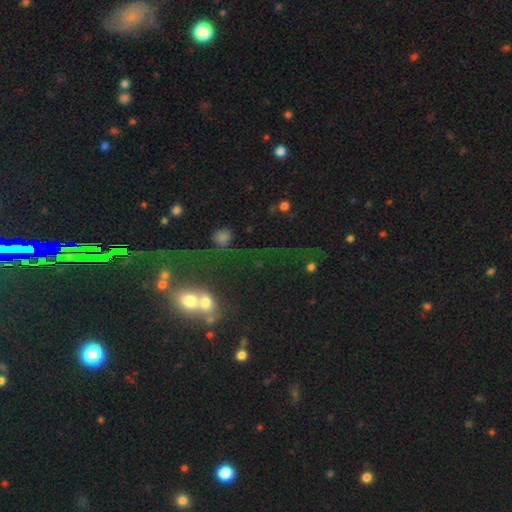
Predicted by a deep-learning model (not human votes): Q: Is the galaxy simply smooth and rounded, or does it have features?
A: star or artifact — 40%.